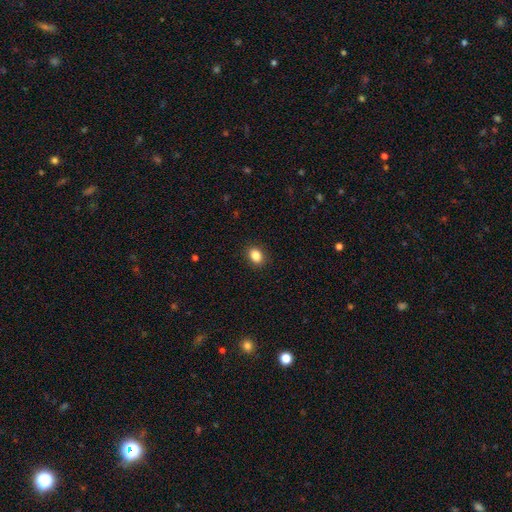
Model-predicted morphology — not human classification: Smooth or featured: smooth — 86% (star or artifact — 10%)
How rounded: in between — 56% (round — 43%)
Merging: none — 91% (minor disturbance — 7%)